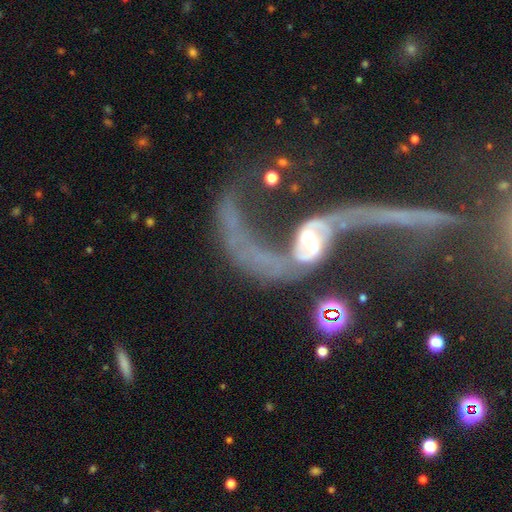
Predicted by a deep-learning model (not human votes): This appears to be a featured or disk galaxy (87%) with no bar (38%), 2 (91%) loose (91%) spiral arms (90%) and a moderate central bulge (41%). Merging: none (38%).